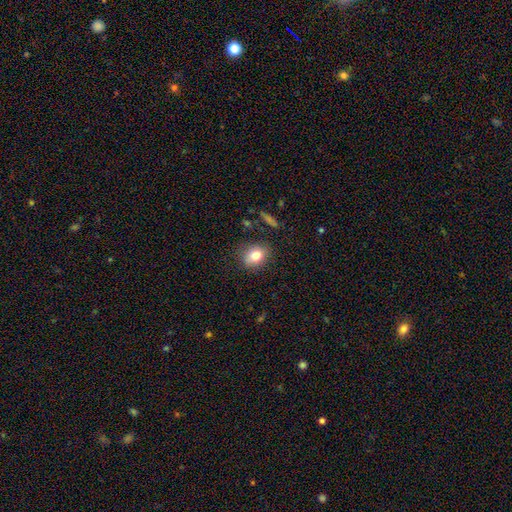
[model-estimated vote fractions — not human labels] Morphology: type=smooth (80%); roundness=in between (54%); merging=none (81%).